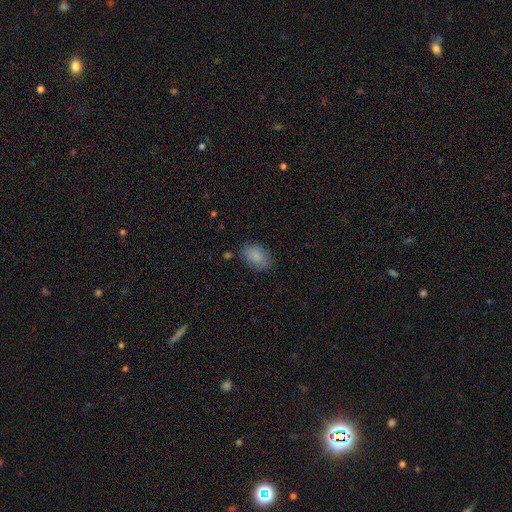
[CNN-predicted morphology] Smooth or featured? smooth (86%)
How rounded? in between (88%)
Merging? none (79%)